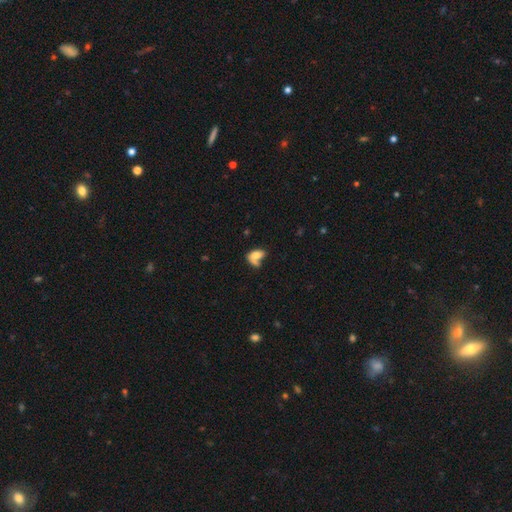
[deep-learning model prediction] Smooth or featured? smooth (65%)
How rounded? in between (83%)
Merging? merger (33%)